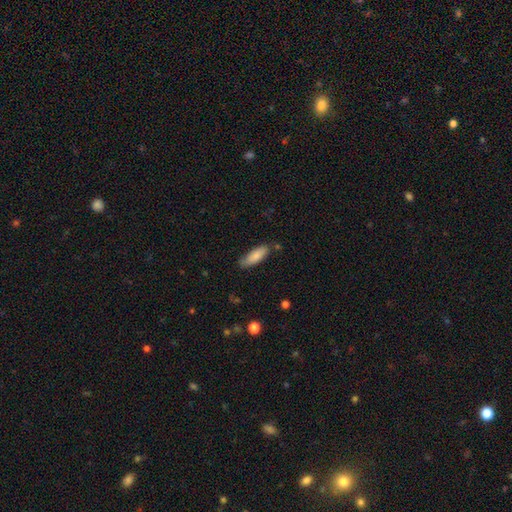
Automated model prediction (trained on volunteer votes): Smooth or featured: smooth — 85% (featured or disk — 9%)
How rounded: in between — 61% (cigar-shaped — 38%)
Merging: none — 77% (minor disturbance — 17%)